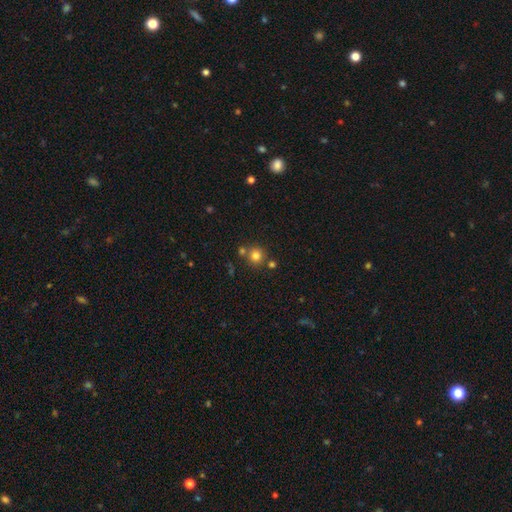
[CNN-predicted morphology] Q: Smooth or featured?
A: smooth (79%); runner-up: star or artifact (14%)
Q: How rounded?
A: round (92%); runner-up: in between (7%)
Q: Merging?
A: none (72%); runner-up: merger (17%)